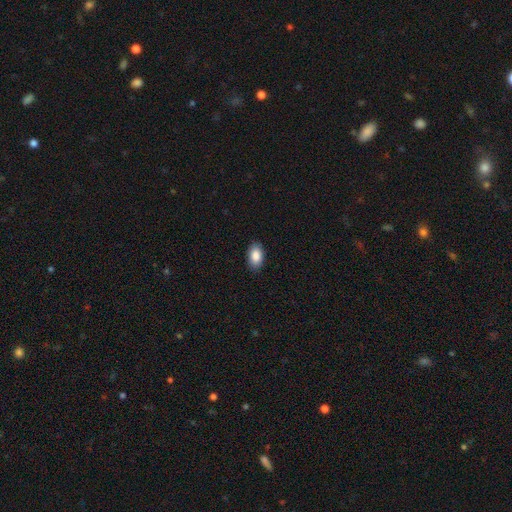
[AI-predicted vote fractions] Q: Smooth or featured?
A: smooth (88%); runner-up: star or artifact (7%)
Q: How rounded?
A: in between (93%); runner-up: round (5%)
Q: Merging?
A: none (88%); runner-up: minor disturbance (9%)